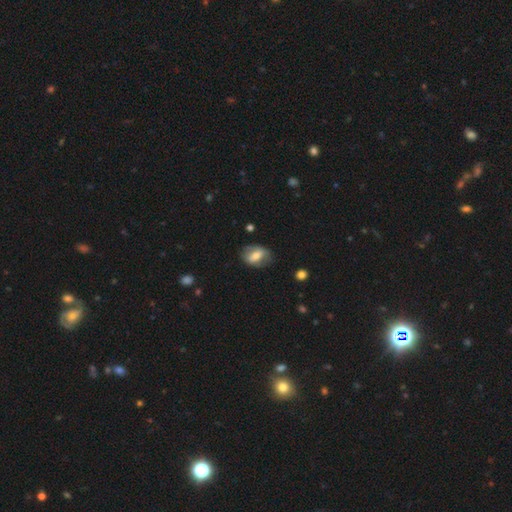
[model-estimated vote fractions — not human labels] The model was most divided on "smooth or featured": smooth: 54%, featured or disk: 38%, star or artifact: 7%. More confident: how rounded — in between (78%); merging — none (69%).